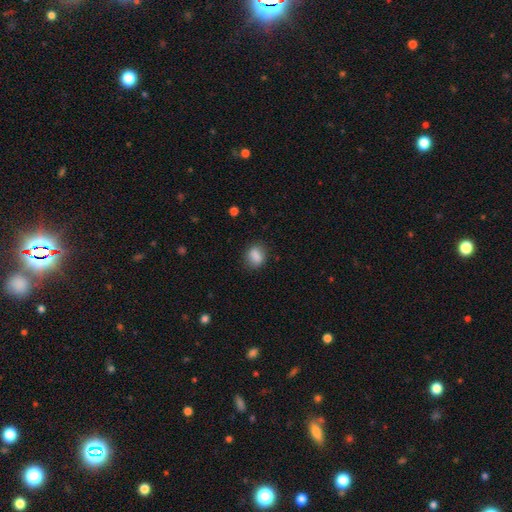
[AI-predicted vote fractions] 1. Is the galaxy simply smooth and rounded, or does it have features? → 85% smooth, 9% star or artifact, 7% featured or disk.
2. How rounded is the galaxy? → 57% in between, 41% round, 2% cigar-shaped.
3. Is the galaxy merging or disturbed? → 79% none, 15% minor disturbance, 4% major disturbance, 2% merger.